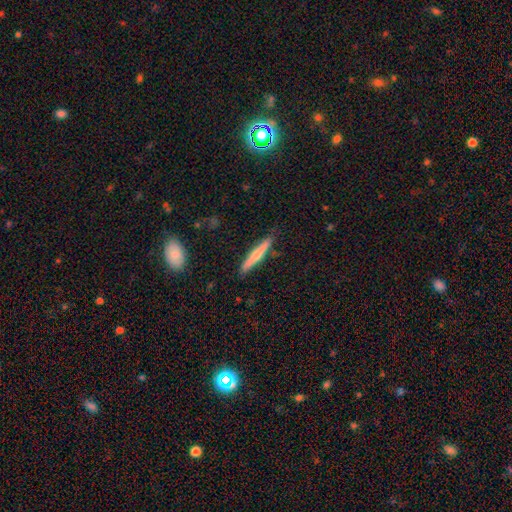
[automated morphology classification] smooth_or_featured: featured or disk (p=0.47) [tied with: smooth p=0.47]
merging: none (p=0.88) [alt: minor disturbance p=0.09]